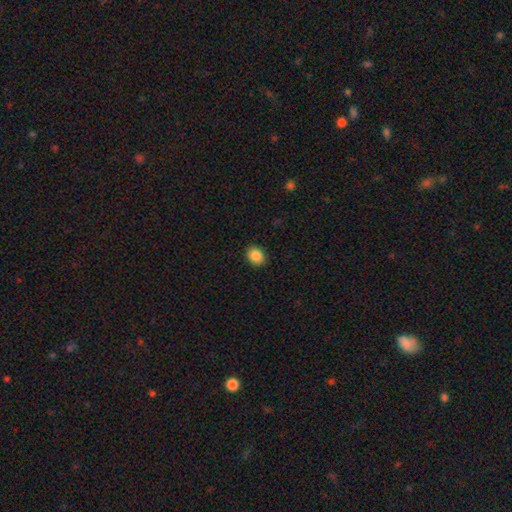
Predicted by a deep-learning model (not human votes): This appears to be a smooth galaxy with no disk features (87%) that is in between round and cigar-shaped (52%). Merging: none (90%).